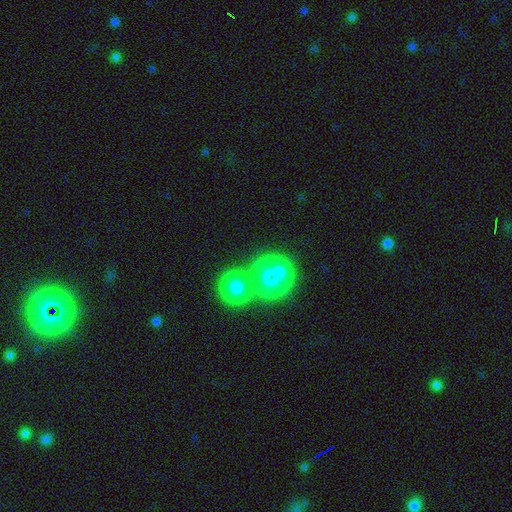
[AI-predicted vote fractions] The model was most divided on "smooth or featured": star or artifact: 63%, smooth: 29%, featured or disk: 8%.